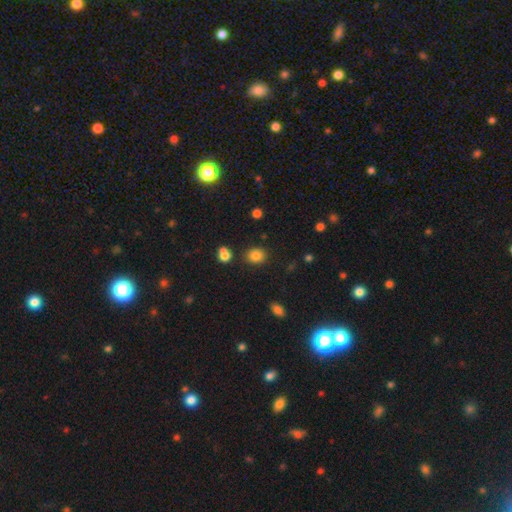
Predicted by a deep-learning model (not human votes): Q: Smooth or featured?
A: smooth (83%); runner-up: star or artifact (12%)
Q: How rounded?
A: round (60%); runner-up: in between (39%)
Q: Merging?
A: none (82%); runner-up: minor disturbance (10%)